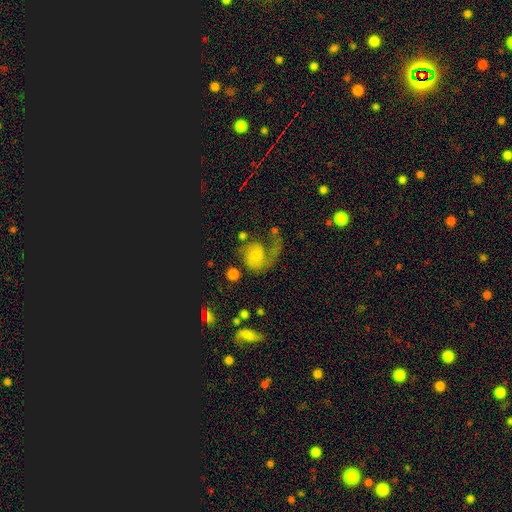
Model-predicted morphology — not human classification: A featured or disk galaxy (68%) with no bar (67%), 1 (61%) loose (45%) spiral arms (90%) and a small central bulge (41%).

Vote fractions:
- Smooth or featured? featured or disk: 68% / smooth: 23% / star or artifact: 9%
- Edge-on disk? no: 98% / yes: 2%
- Bar? no: 67% / weak: 29% / strong: 5%
- Spiral arms? yes: 90% / no: 10%
- Spiral winding? loose: 45% / medium: 39% / tight: 16%
- Spiral arm count? 1: 61% / 2: 30% / can't tell: 5% / 3: 2% / 4: 1% / more than 4: 1%
- Bulge size? small: 41% / moderate: 34% / none: 15% / large: 7% / dominant: 2%
- Merging? major disturbance: 42% / none: 34% / minor disturbance: 16% / merger: 8%